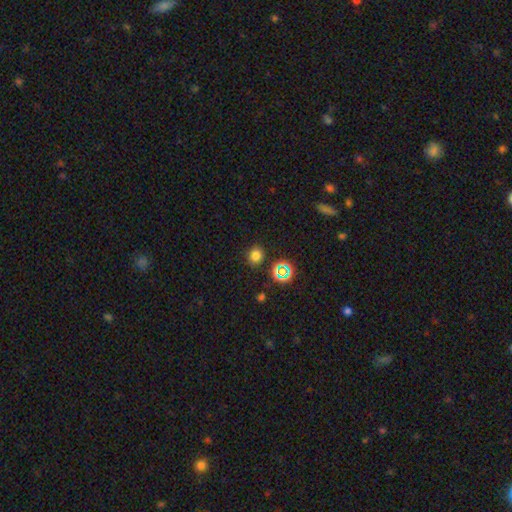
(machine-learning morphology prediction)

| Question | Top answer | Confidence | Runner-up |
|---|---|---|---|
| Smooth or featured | smooth | 73% | star or artifact (21%) |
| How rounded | round | 81% | in between (18%) |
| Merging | none | 86% | minor disturbance (9%) |